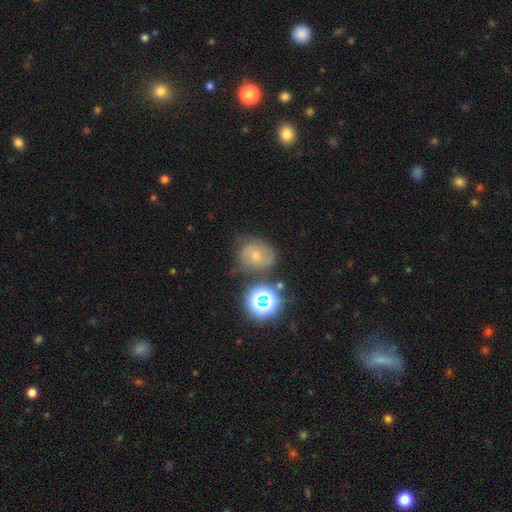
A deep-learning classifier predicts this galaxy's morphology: Smooth or featured? Predicted: smooth (p=0.45). Merging? Predicted: none (p=0.57).